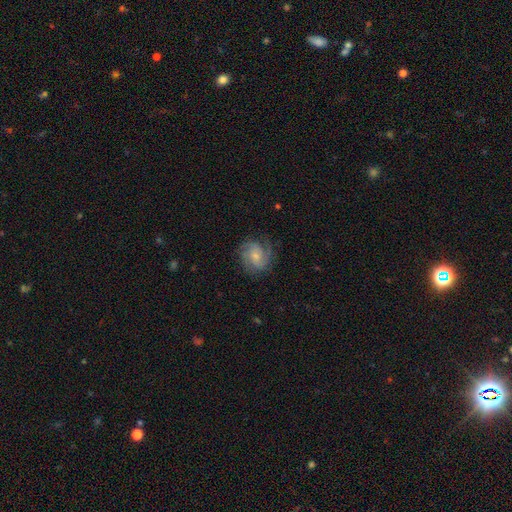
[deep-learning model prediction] Smooth or featured? featured or disk (72%)
Edge-on disk? no (98%)
Bar? no (66%)
Spiral arms? yes (95%)
Spiral winding? tight (44%)
Spiral arm count? 3 (32%)
Bulge size? small (61%)
Merging? none (74%)